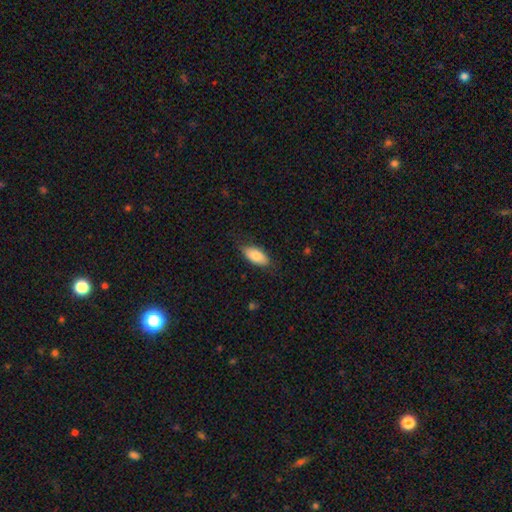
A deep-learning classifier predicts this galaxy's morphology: smooth_or_featured: smooth (p=0.79) [alt: featured or disk p=0.14]
how_rounded: in between (p=0.91) [alt: cigar-shaped p=0.07]
merging: none (p=0.75) [alt: minor disturbance p=0.20]